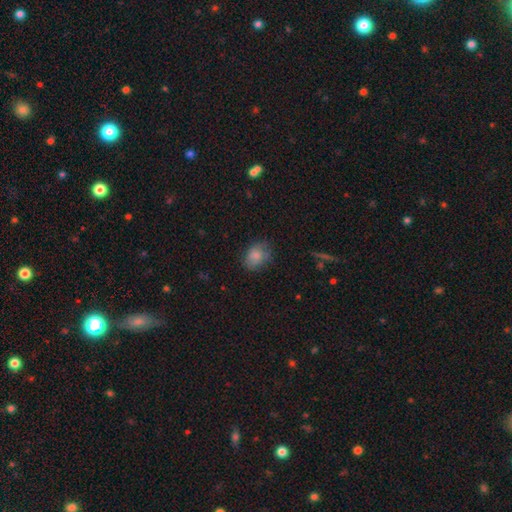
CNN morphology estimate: smooth 79%, featured or disk 13%, star or artifact 9%. Down the decision tree: how rounded — in between (63%); merging — none (66%).